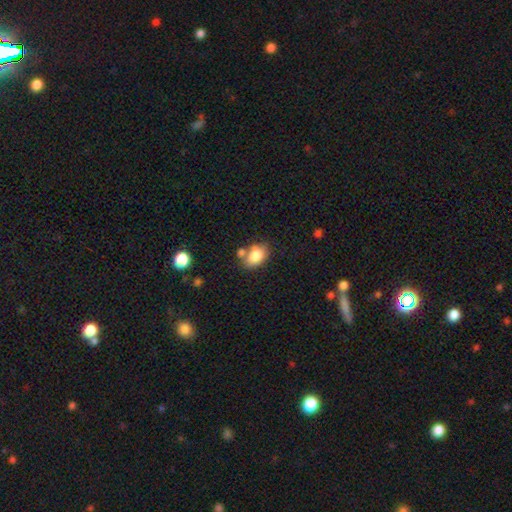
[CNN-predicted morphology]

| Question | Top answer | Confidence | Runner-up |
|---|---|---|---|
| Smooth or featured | smooth | 81% | featured or disk (10%) |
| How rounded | in between | 80% | round (18%) |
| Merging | none | 59% | merger (19%) |